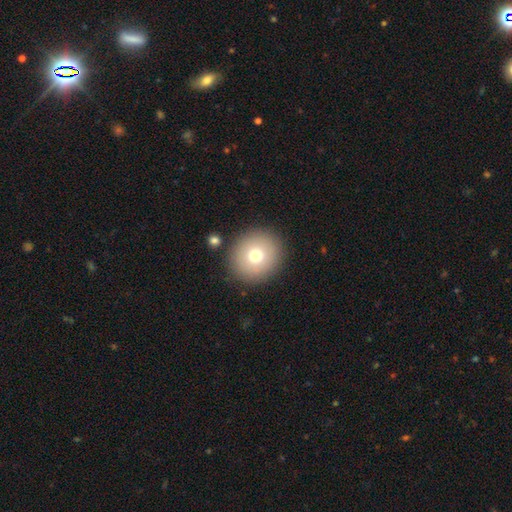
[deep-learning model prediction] A smooth galaxy with no disk features (74%) that is round (89%).

Vote fractions:
- Smooth or featured? smooth: 74% / featured or disk: 15% / star or artifact: 12%
- How rounded? round: 89% / in between: 10% / cigar-shaped: 1%
- Merging? none: 88% / minor disturbance: 7% / major disturbance: 3% / merger: 2%